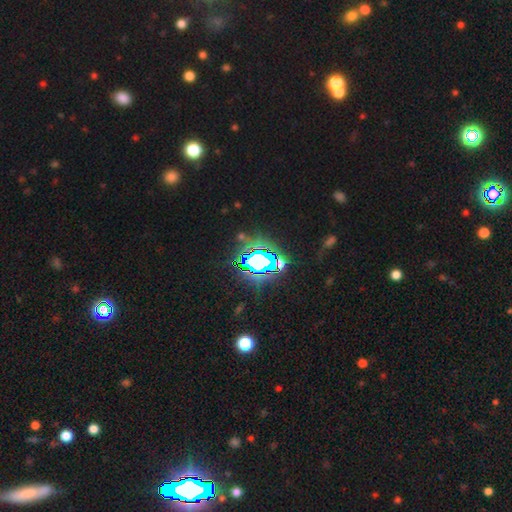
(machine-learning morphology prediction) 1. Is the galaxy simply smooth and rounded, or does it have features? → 81% star or artifact, 12% smooth, 7% featured or disk.